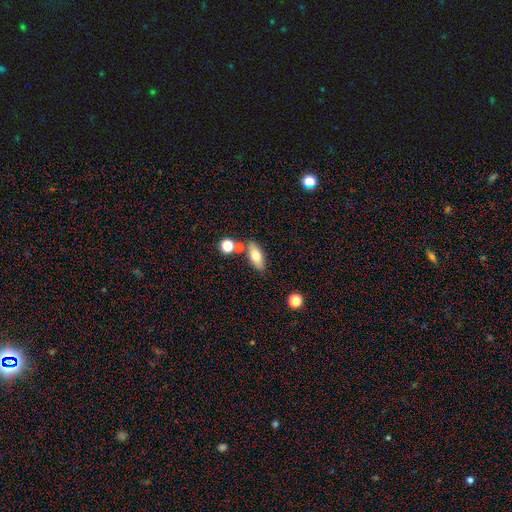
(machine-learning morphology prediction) type=smooth (71%); roundness=in between (74%); merging=none (73%).